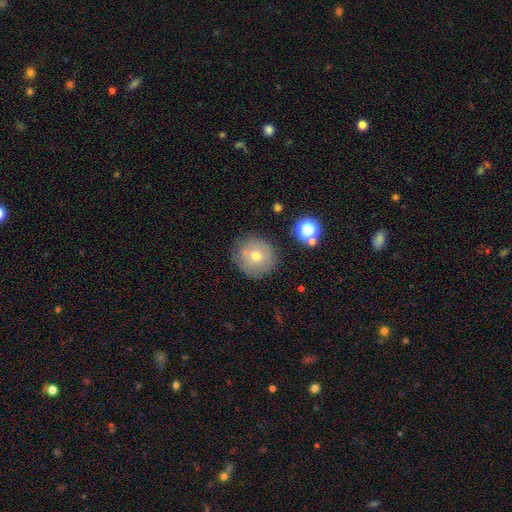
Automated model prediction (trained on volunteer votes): This appears to be a smooth galaxy with no disk features (68%) that is round (92%). Merging: none (76%).